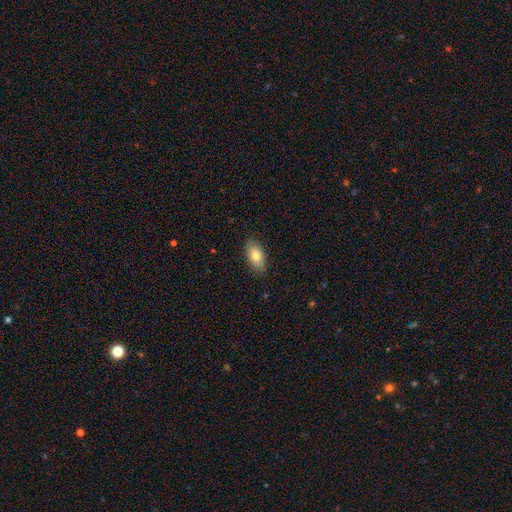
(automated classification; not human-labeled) A smooth galaxy with no disk features (78%) that is in between round and cigar-shaped (90%). Merging: none (87%).